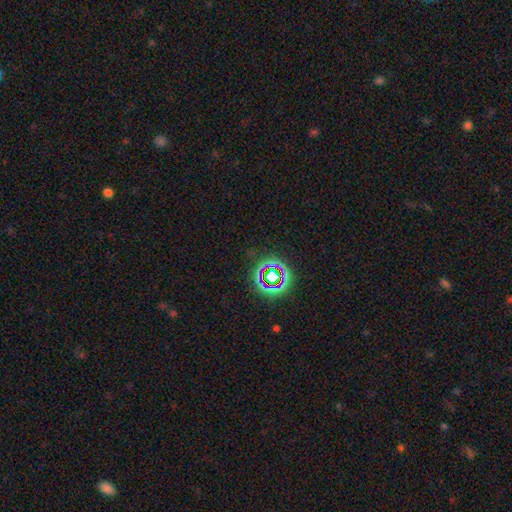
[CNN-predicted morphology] smooth_or_featured: star or artifact (p=0.68) [alt: smooth p=0.17]